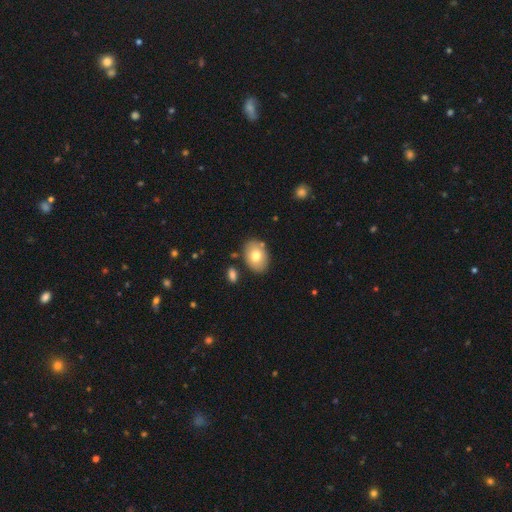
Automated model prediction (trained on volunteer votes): A smooth galaxy with no disk features (74%) that is in between round and cigar-shaped (78%). Merging: none (82%).